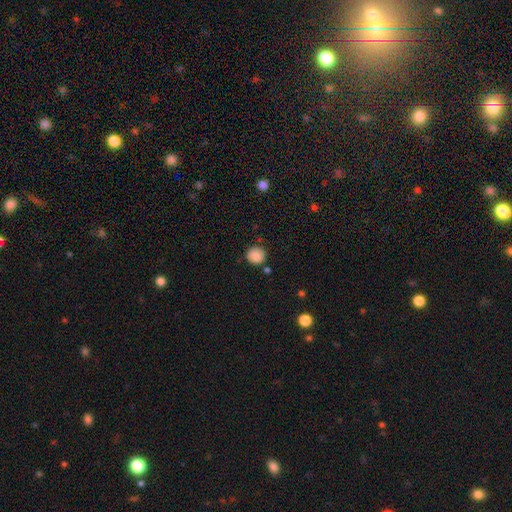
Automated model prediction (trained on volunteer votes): Q: Smooth or featured?
A: smooth (87%); runner-up: star or artifact (9%)
Q: How rounded?
A: round (92%); runner-up: in between (7%)
Q: Merging?
A: none (84%); runner-up: minor disturbance (9%)